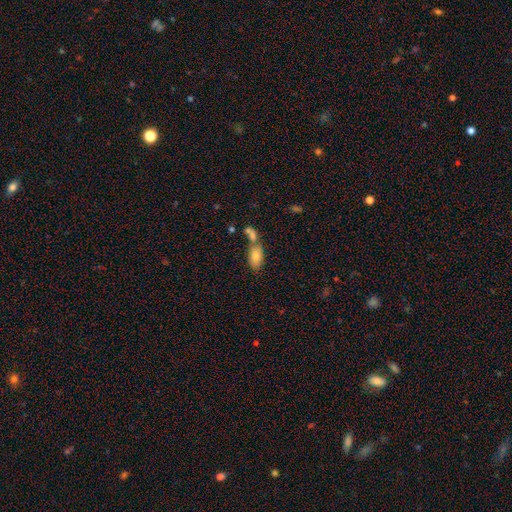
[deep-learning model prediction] smooth-or-featured: smooth: 79% | featured or disk: 13% | star or artifact: 8%
  how-rounded: in between: 90% | cigar-shaped: 6% | round: 4%
  merging: merger: 47% | none: 36% | minor disturbance: 11% | major disturbance: 6%